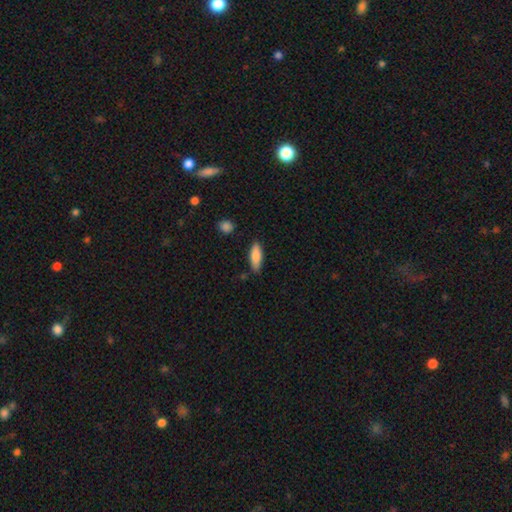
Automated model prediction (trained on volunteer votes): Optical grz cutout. It shows a smooth galaxy with no disk features (84%) that is in between round and cigar-shaped (60%). Merging: none (82%).